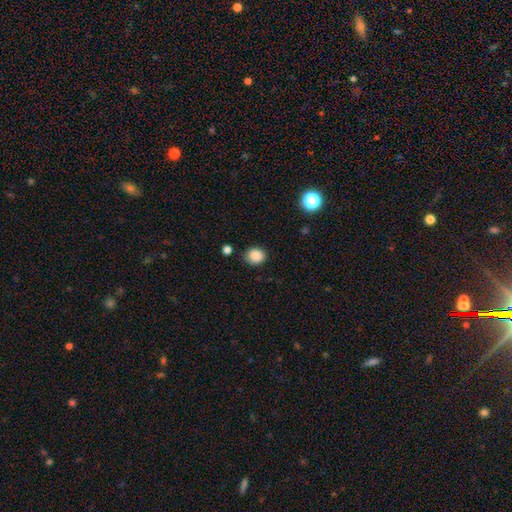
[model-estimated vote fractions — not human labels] Smooth or featured: smooth — 86% (star or artifact — 10%)
How rounded: round — 68% (in between — 31%)
Merging: none — 82% (minor disturbance — 13%)